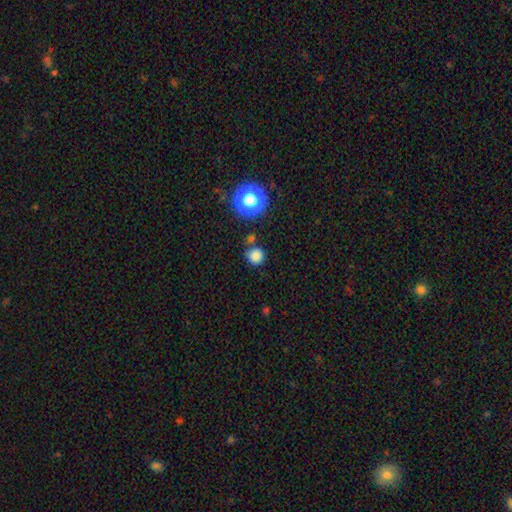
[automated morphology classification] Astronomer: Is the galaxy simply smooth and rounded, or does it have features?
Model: smooth — 80%.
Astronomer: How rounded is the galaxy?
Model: round — 93%.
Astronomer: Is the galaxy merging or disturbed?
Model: none — 75%.